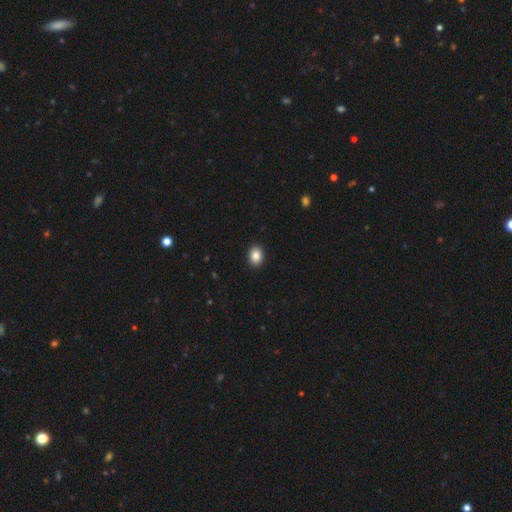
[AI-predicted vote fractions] This appears to be a smooth galaxy with no disk features (86%) that is in between round and cigar-shaped (61%). Merging: none (92%).